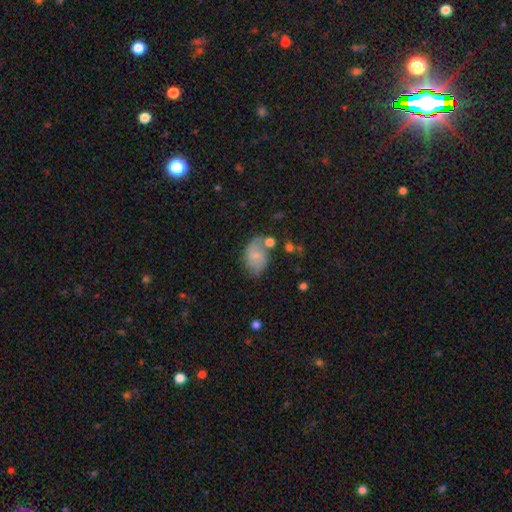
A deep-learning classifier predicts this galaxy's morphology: smooth-or-featured: smooth: 57% | featured or disk: 34% | star or artifact: 9%
  how-rounded: in between: 81% | round: 17% | cigar-shaped: 1%
  merging: none: 52% | minor disturbance: 27% | major disturbance: 11% | merger: 10%